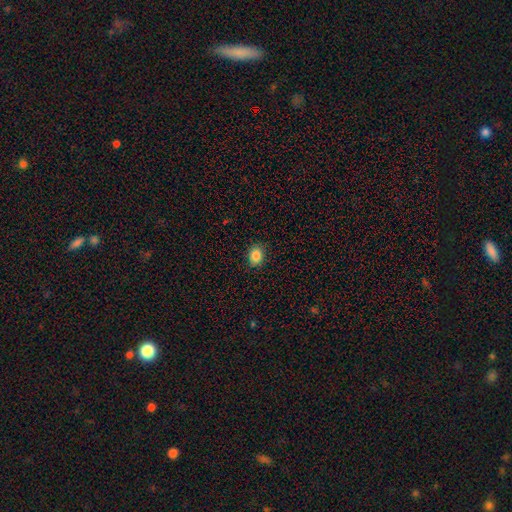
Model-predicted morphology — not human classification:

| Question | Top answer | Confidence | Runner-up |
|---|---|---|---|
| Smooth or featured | smooth | 86% | star or artifact (10%) |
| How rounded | in between | 55% | round (44%) |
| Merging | none | 89% | minor disturbance (8%) |